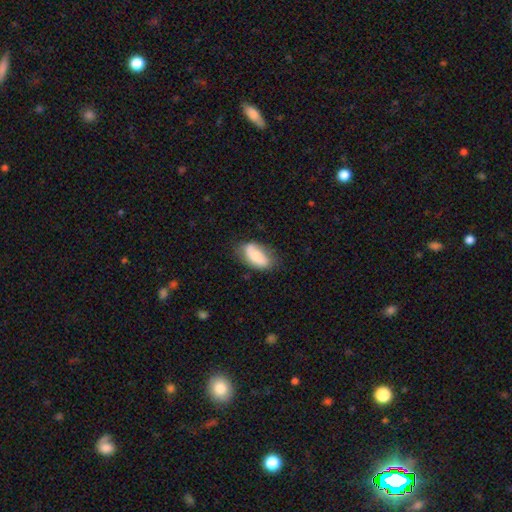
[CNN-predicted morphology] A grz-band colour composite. It shows a smooth galaxy with no disk features (67%) that is in between round and cigar-shaped (92%). Merging: none (66%).